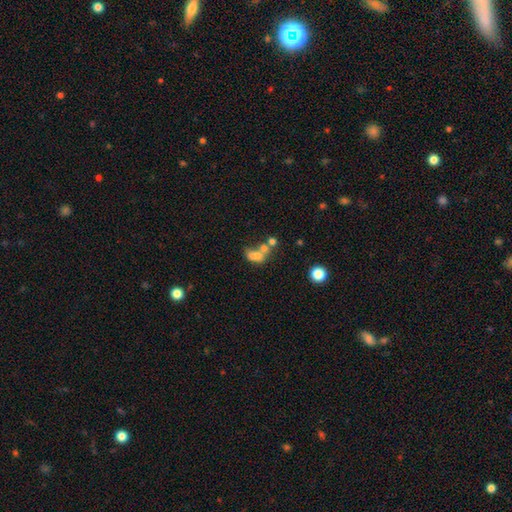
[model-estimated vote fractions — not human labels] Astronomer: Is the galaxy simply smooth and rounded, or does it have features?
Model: smooth — 62%.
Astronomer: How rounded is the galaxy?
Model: in between — 70%.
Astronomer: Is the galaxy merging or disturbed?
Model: merger — 56%.